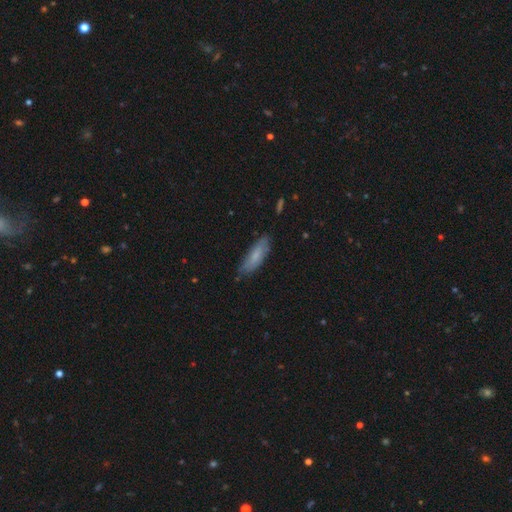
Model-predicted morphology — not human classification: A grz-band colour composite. It shows a smooth galaxy with no disk features (67%) that is in between round and cigar-shaped (52%). Merging: none (74%).